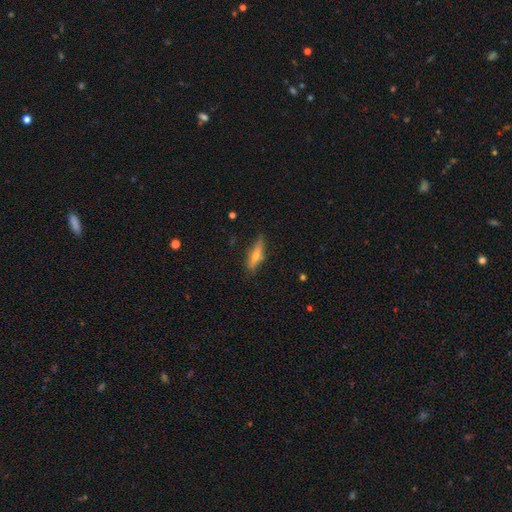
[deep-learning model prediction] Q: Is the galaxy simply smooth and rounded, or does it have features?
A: featured or disk — 49%.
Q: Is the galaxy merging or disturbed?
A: none — 82%.